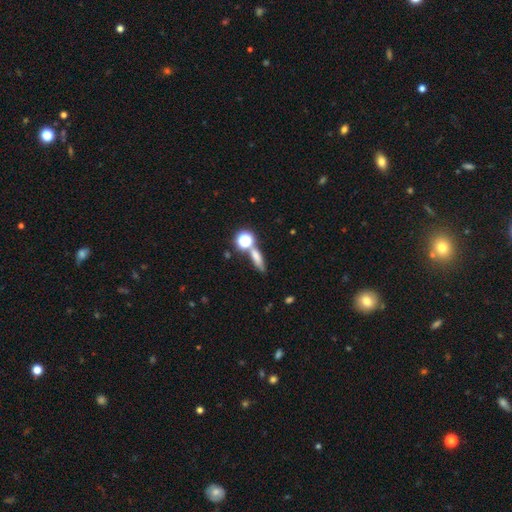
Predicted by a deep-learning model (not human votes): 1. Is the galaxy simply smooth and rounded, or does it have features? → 63% smooth, 21% star or artifact, 16% featured or disk.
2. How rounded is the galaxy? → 47% cigar-shaped, 30% in between, 23% round.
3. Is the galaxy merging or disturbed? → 58% none, 22% merger, 13% minor disturbance, 7% major disturbance.